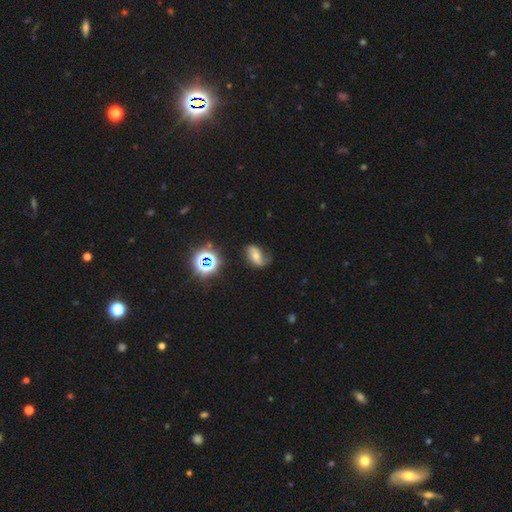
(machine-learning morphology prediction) This is possibly a featured or disk galaxy (54%). It is clearly not viewed edge-on (94%). Bar: marginally no (45%). Spiral arm pattern: clearly yes (83%). Central bulge: possibly moderate (54%). Merging: likely none (62%).